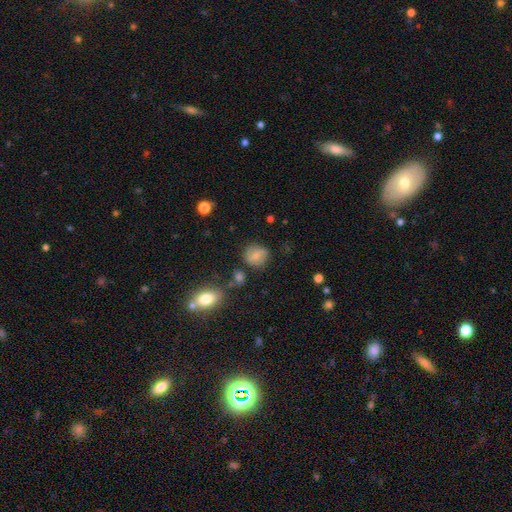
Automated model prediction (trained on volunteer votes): This appears to be a smooth galaxy with no disk features (57%) that is round (74%). Merging: none (72%).